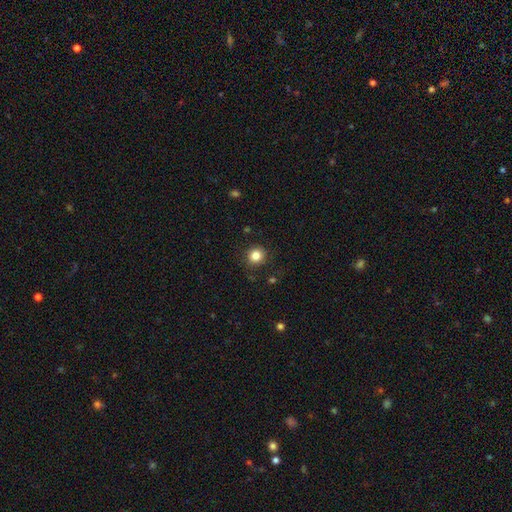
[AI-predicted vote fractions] Q: Smooth or featured?
A: smooth (83%); runner-up: star or artifact (11%)
Q: How rounded?
A: round (91%); runner-up: in between (8%)
Q: Merging?
A: none (89%); runner-up: minor disturbance (7%)